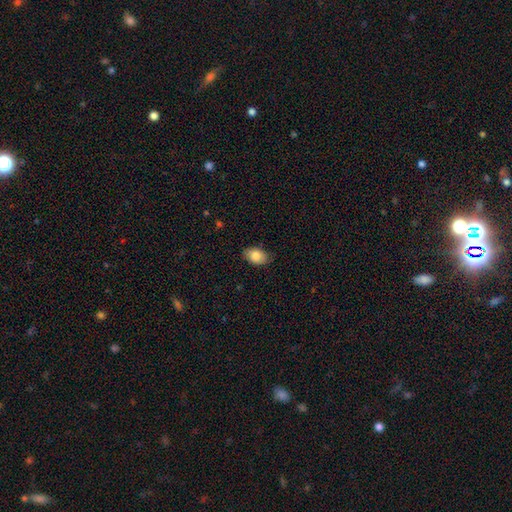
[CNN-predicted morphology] smooth 83%, featured or disk 10%, star or artifact 7%. Down the decision tree: how rounded — in between (86%); merging — none (83%).